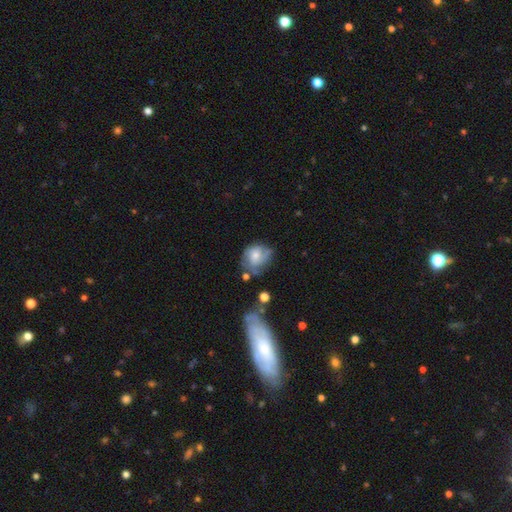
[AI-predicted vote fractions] smooth 47%, featured or disk 44%, star or artifact 8%. Down the decision tree: merging — none (42%).